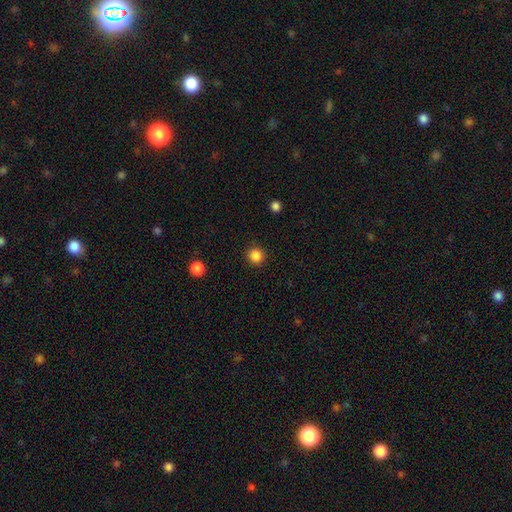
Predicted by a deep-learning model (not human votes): Smooth or featured? Predicted: smooth (p=0.86). How rounded? Predicted: round (p=0.93). Merging? Predicted: none (p=0.91).